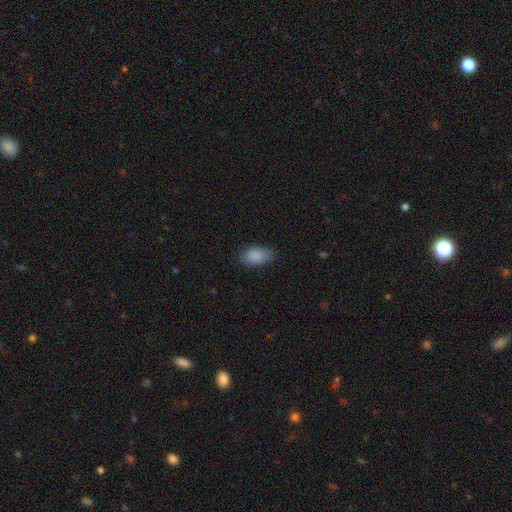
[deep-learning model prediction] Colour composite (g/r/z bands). It shows a smooth galaxy with no disk features (88%) that is in between round and cigar-shaped (92%). Merging: none (76%).